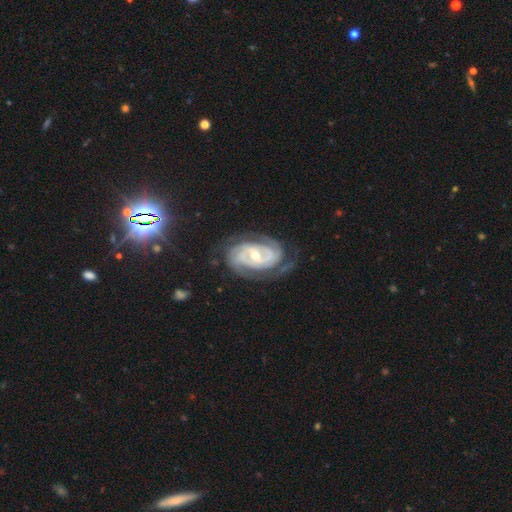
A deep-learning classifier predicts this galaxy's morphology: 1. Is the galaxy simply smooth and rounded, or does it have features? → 90% featured or disk, 5% smooth, 5% star or artifact.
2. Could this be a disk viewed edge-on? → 97% no, 3% yes.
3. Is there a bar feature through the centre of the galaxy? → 39% weak, 38% no, 23% strong.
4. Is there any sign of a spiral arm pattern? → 97% yes, 3% no.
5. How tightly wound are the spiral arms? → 70% tight, 25% medium, 5% loose.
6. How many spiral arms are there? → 43% 2, 22% 3, 18% can't tell, 8% 4, 5% more than 4, 5% 1.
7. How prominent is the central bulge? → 53% moderate, 44% small, 2% large, 1% none, 1% dominant.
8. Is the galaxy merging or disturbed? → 69% none, 19% minor disturbance, 10% major disturbance, 2% merger.